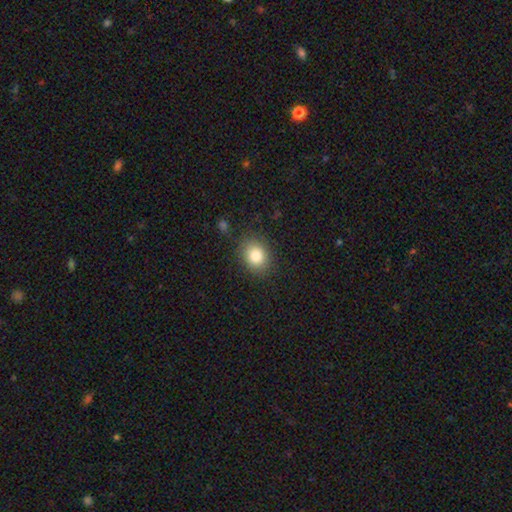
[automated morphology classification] The model was most divided on "how rounded": round: 57%, in between: 42%, cigar-shaped: 1%. More confident: merging — none (83%); smooth or featured — smooth (83%).